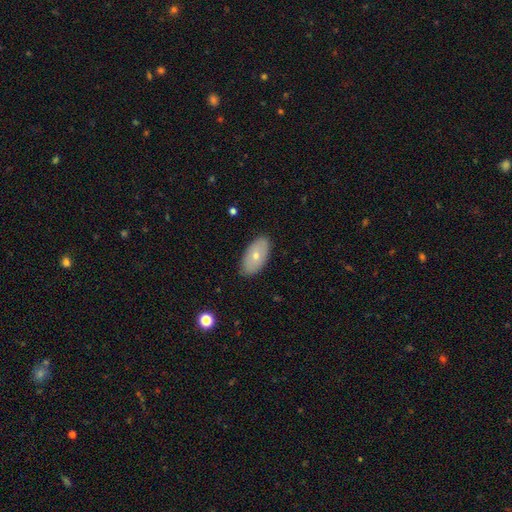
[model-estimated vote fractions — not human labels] The model was most divided on "smooth or featured": smooth: 65%, featured or disk: 29%, star or artifact: 7%. More confident: how rounded — in between (94%); merging — none (85%).